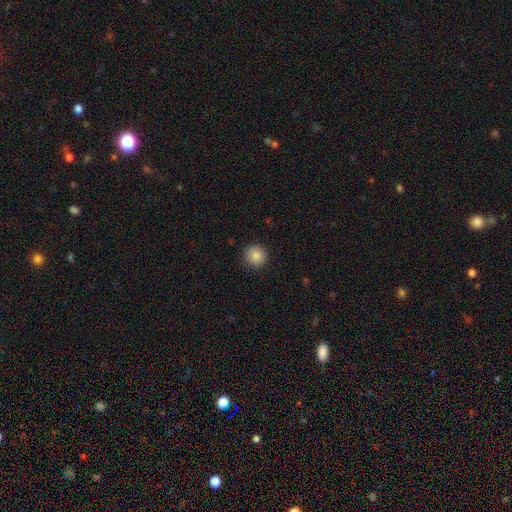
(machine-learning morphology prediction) Smooth or featured?
  - smooth: 86% *
  - star or artifact: 10%
  - featured or disk: 4%
How rounded?
  - round: 95% *
  - in between: 4%
  - cigar-shaped: 1%
Merging?
  - none: 92% *
  - minor disturbance: 5%
  - major disturbance: 2%
  - merger: 1%